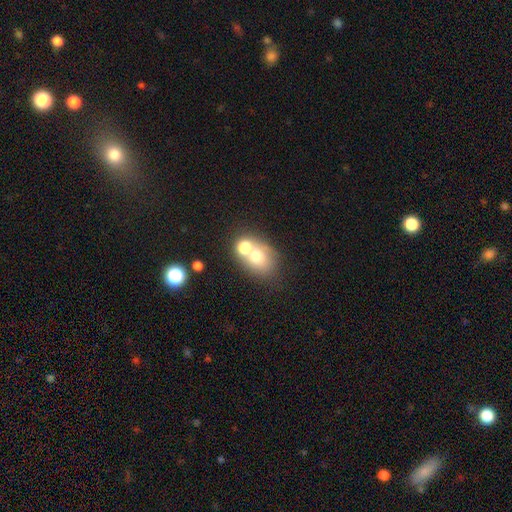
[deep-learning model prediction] The model was most divided on "how rounded": in between: 52%, round: 47%, cigar-shaped: 1%. Remaining: smooth or featured — smooth (65%); merging — merger (49%).